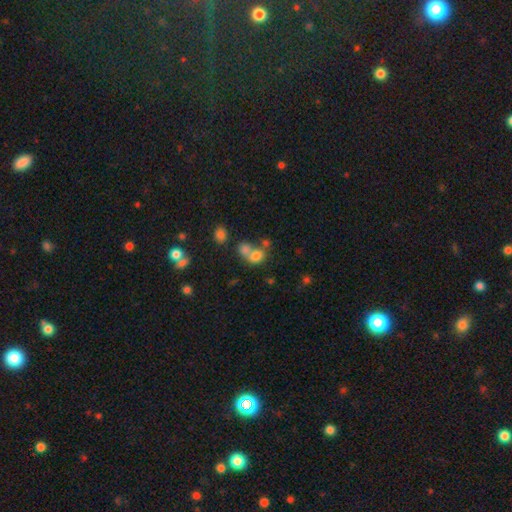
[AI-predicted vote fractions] Smooth or featured? smooth (73%)
How rounded? round (55%)
Merging? merger (54%)